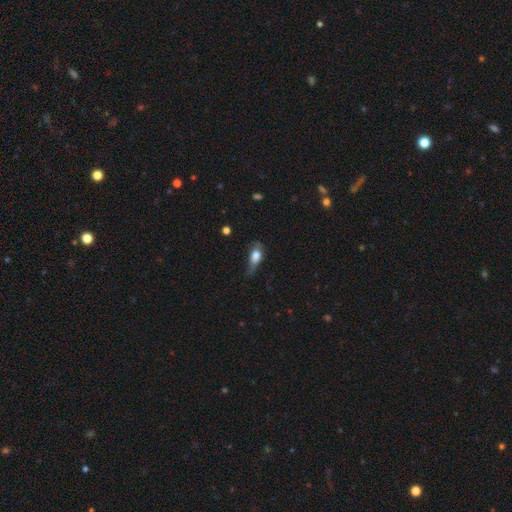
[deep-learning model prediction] Morphology: type=smooth (69%); roundness=in between (75%); merging=minor disturbance (38%).